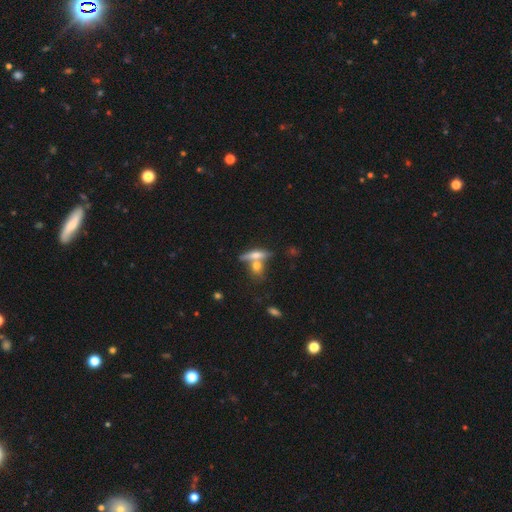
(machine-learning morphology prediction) Overall: smooth (49%; featured or disk 41%). Merging: none (48%; merger 39%).